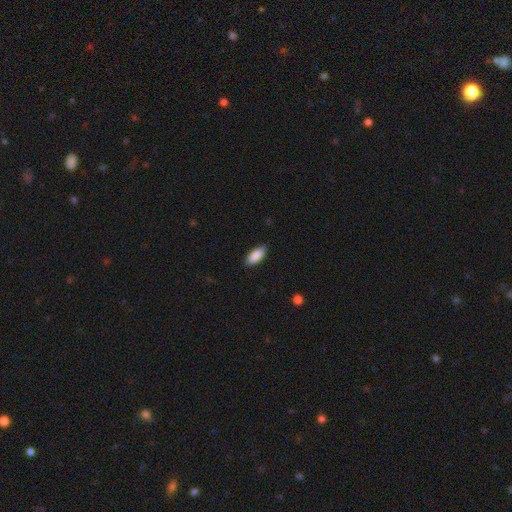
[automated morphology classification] A smooth galaxy with no disk features (89%) that is in between round and cigar-shaped (85%).

Vote fractions:
- Smooth or featured? smooth: 89% / star or artifact: 6% / featured or disk: 5%
- How rounded? in between: 85% / cigar-shaped: 13% / round: 2%
- Merging? none: 87% / minor disturbance: 10% / major disturbance: 2% / merger: 1%